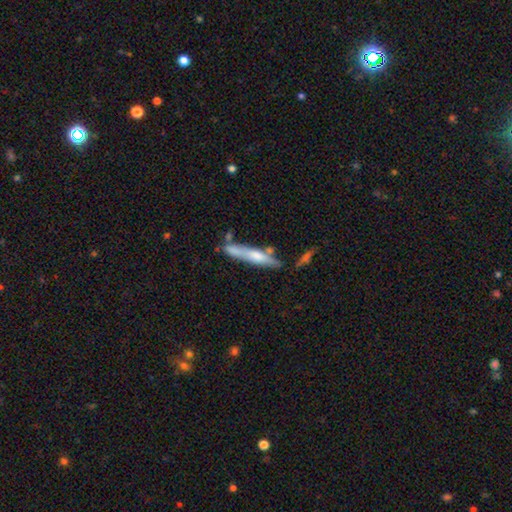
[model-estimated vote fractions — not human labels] Morphology: type=smooth (50%); roundness=cigar-shaped (88%); merging=none (60%).